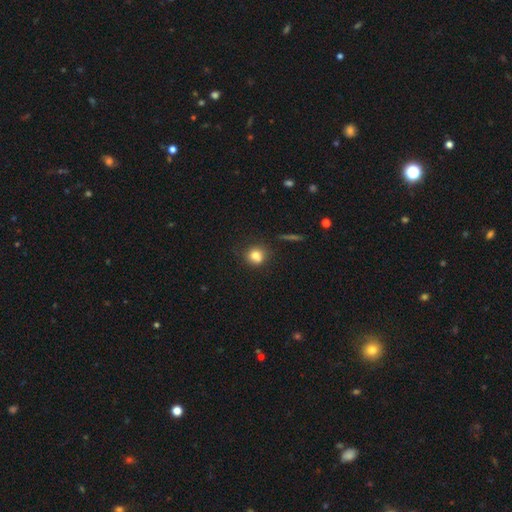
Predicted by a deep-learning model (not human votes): A smooth galaxy with no disk features (81%) that is round (83%).

Vote fractions:
- Smooth or featured? smooth: 81% / star or artifact: 11% / featured or disk: 8%
- How rounded? round: 83% / in between: 16% / cigar-shaped: 1%
- Merging? none: 74% / minor disturbance: 16% / merger: 6% / major disturbance: 4%